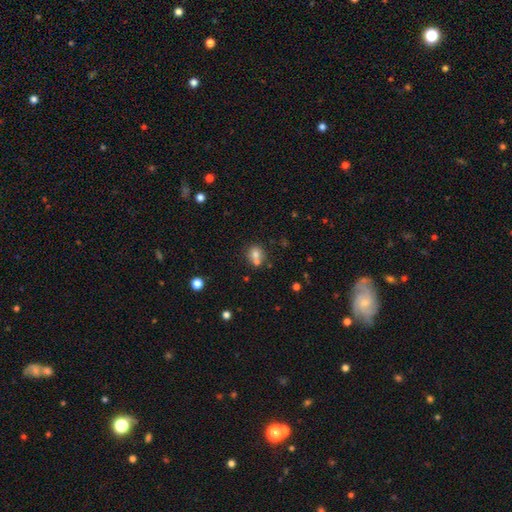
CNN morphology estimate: The model was most divided on "merging": none: 48%, merger: 39%, minor disturbance: 9%, major disturbance: 4%. More confident: how rounded — round (77%); smooth or featured — smooth (72%).